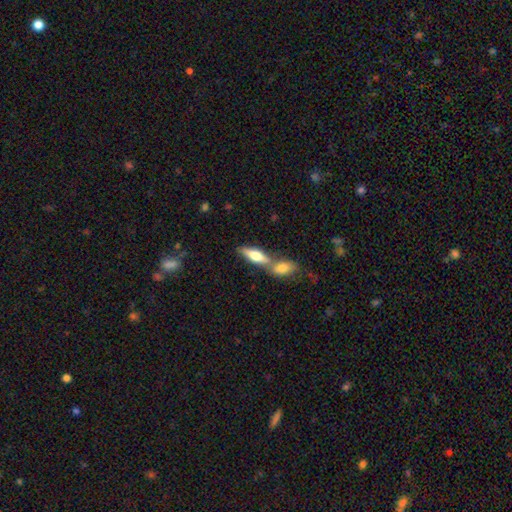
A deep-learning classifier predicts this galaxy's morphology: Q: Smooth or featured?
A: smooth (58%); runner-up: featured or disk (36%)
Q: How rounded?
A: in between (54%); runner-up: cigar-shaped (43%)
Q: Merging?
A: merger (48%); runner-up: none (42%)